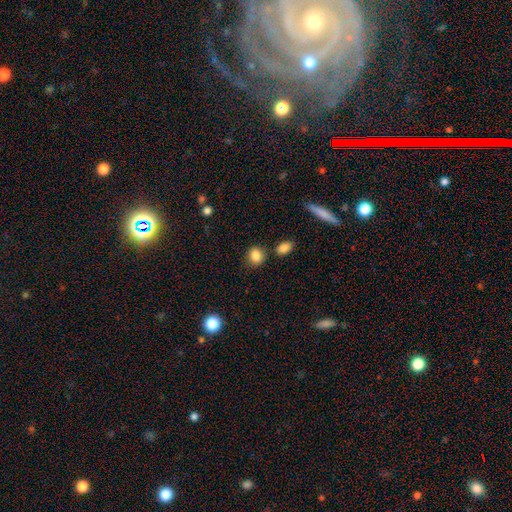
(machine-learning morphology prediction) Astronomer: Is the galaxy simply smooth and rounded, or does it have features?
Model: smooth — 86%.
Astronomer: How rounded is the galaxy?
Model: round — 72%.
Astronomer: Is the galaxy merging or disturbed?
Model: none — 78%.